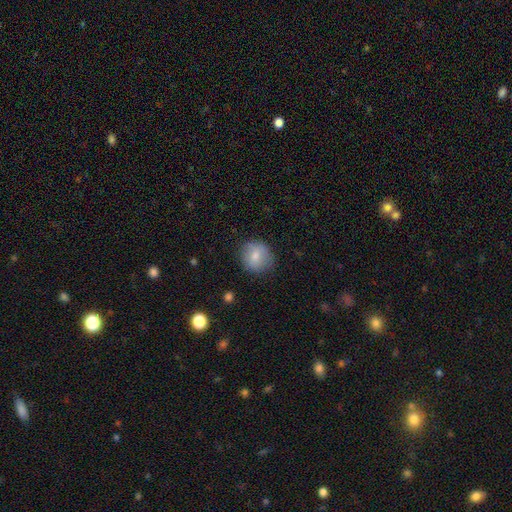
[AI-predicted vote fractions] The model was most divided on "merging": none: 78%, minor disturbance: 16%, major disturbance: 4%, merger: 1%. More confident: how rounded — round (83%); smooth or featured — smooth (77%).